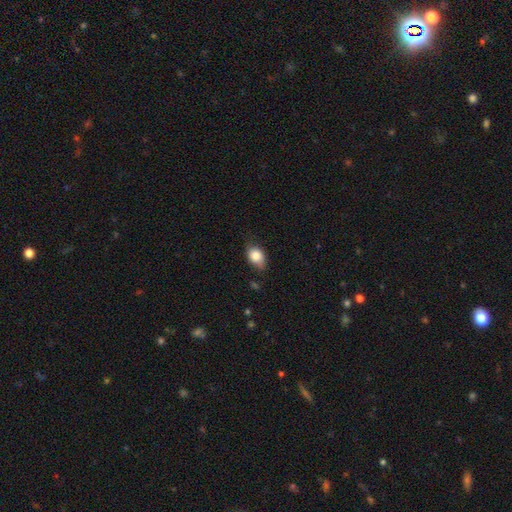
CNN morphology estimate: Overall: smooth (82%). How rounded: in between (71%). Merging: none (63%; minor disturbance 29%).